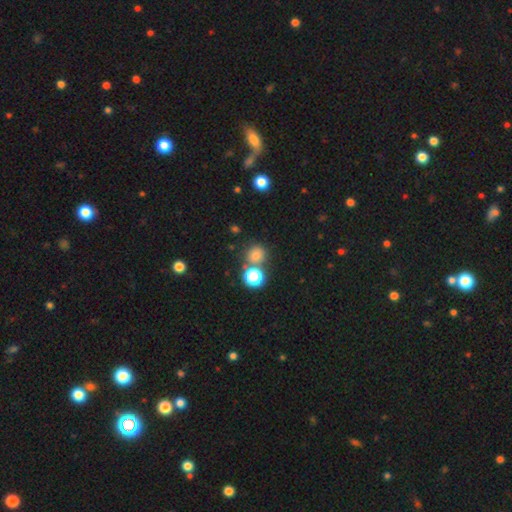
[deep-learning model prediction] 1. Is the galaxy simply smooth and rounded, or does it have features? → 75% smooth, 17% star or artifact, 8% featured or disk.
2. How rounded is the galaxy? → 87% round, 12% in between, 1% cigar-shaped.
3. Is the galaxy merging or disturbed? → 64% none, 24% merger, 9% minor disturbance, 3% major disturbance.